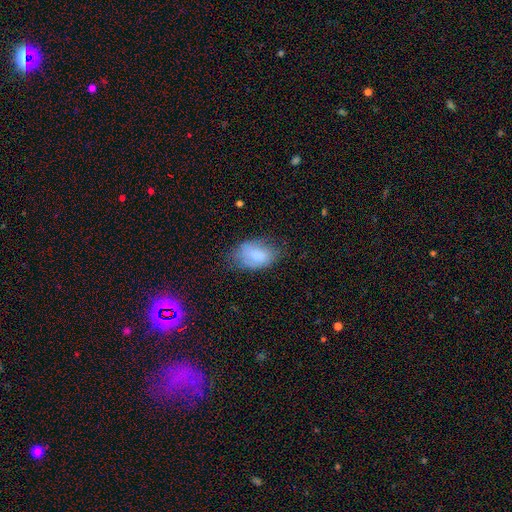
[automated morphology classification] Smooth or featured? smooth (77%)
How rounded? in between (88%)
Merging? none (53%)